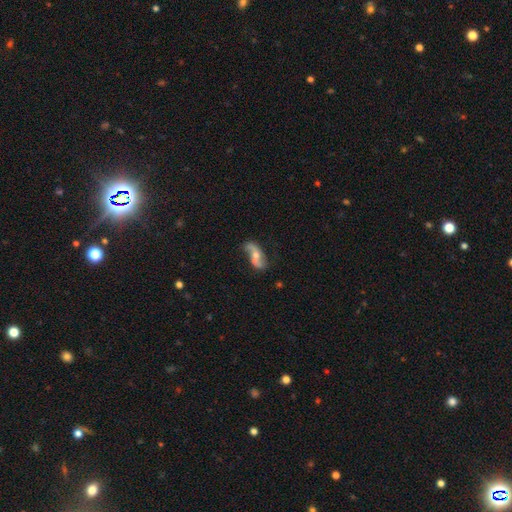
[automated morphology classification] Smooth or featured? Predicted: featured or disk (p=0.73). Edge-on disk? Predicted: no (p=0.92). Bar? Predicted: no (p=0.56). Spiral arms? Predicted: yes (p=0.90). Spiral winding? Predicted: loose (p=0.79). Spiral arm count? Predicted: 2 (p=0.90). Bulge size? Predicted: moderate (p=0.54). Merging? Predicted: none (p=0.66).